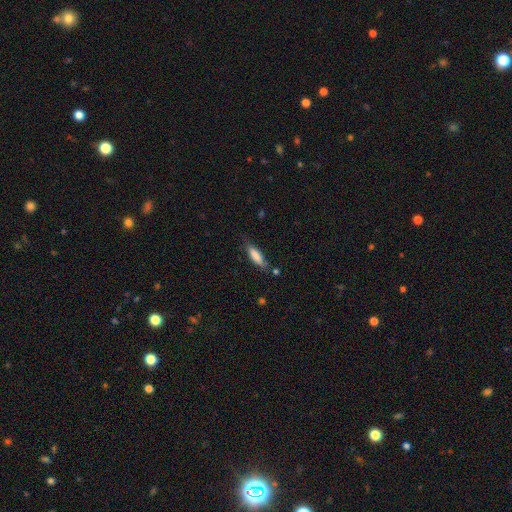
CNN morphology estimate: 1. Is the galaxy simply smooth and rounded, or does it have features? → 80% smooth, 13% featured or disk, 6% star or artifact.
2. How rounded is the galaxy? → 56% cigar-shaped, 43% in between, 2% round.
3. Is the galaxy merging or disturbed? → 72% none, 20% minor disturbance, 4% major disturbance, 4% merger.